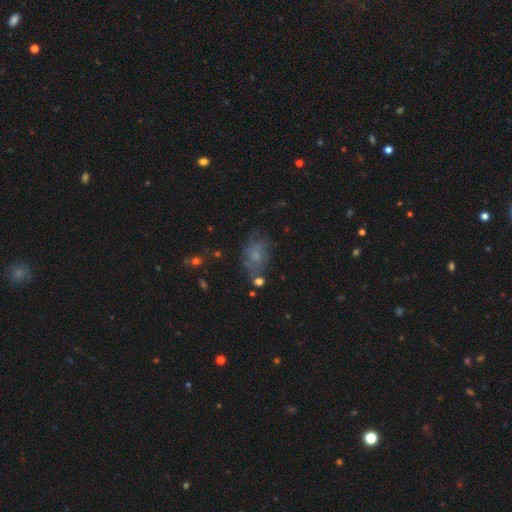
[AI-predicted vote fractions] A smooth galaxy with no disk features (56%) that is in between round and cigar-shaped (78%). Merging: none (54%).